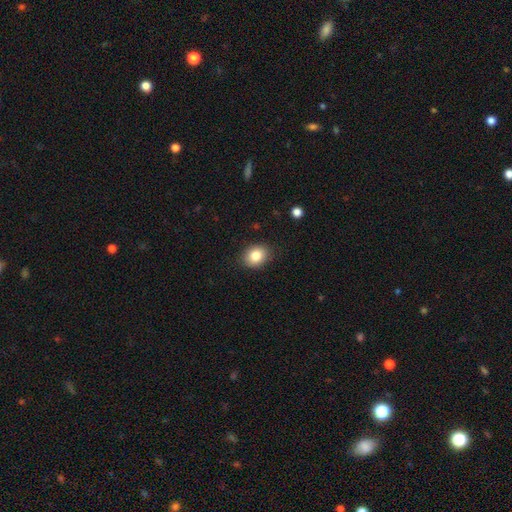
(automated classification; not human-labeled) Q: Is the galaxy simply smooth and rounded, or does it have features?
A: smooth — 83%.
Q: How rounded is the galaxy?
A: in between — 52%.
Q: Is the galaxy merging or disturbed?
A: none — 87%.